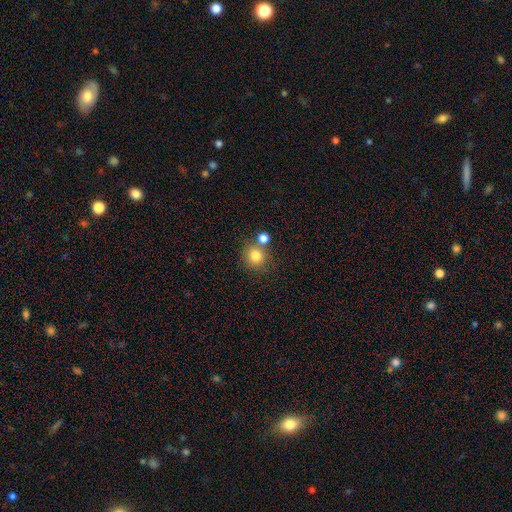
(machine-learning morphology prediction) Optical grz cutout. It shows a smooth galaxy with no disk features (79%) that is round (89%). Merging: none (66%).